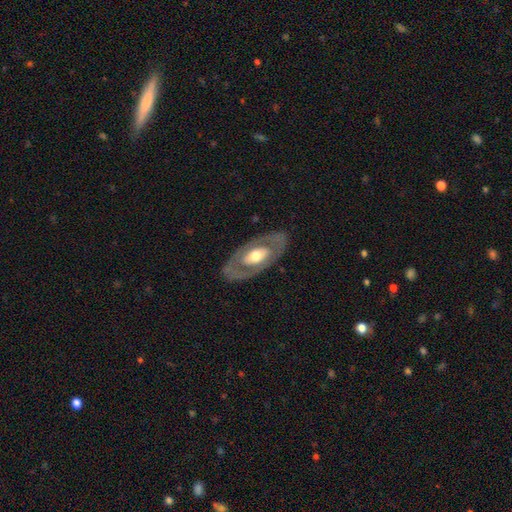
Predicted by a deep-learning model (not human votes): The model was most divided on "smooth or featured": featured or disk: 60%, smooth: 35%, star or artifact: 4%. More confident: edge-on disk — no (87%); spiral arms — no (84%); merging — none (81%); bar — no (78%); bulge size — moderate (60%).